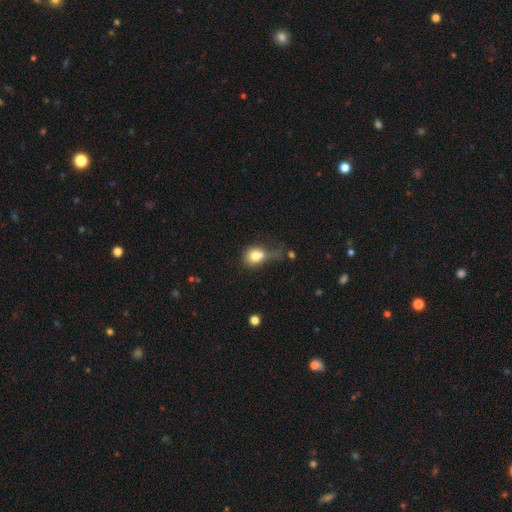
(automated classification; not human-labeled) smooth_or_featured: smooth (p=0.77) [alt: featured or disk p=0.13]
how_rounded: round (p=0.59) [alt: in between p=0.40]
merging: major disturbance (p=0.32) [alt: none p=0.26]